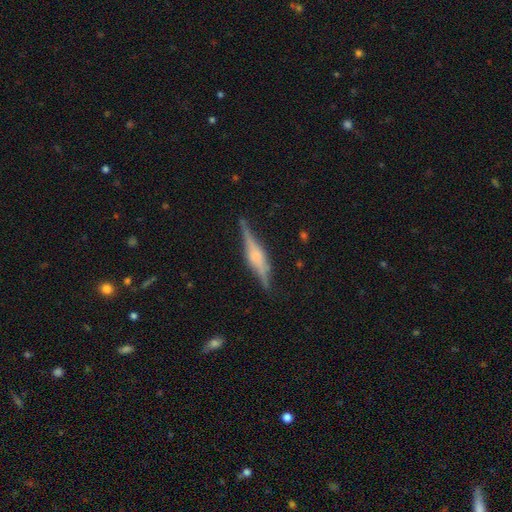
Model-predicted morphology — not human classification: smooth_or_featured: featured or disk (p=0.79) [alt: smooth p=0.15]
disk_edge_on: yes (p=0.97) [alt: no p=0.03]
edge_on_bulge: rounded (p=0.61) [alt: boxy p=0.33]
merging: none (p=0.85) [alt: minor disturbance p=0.11]